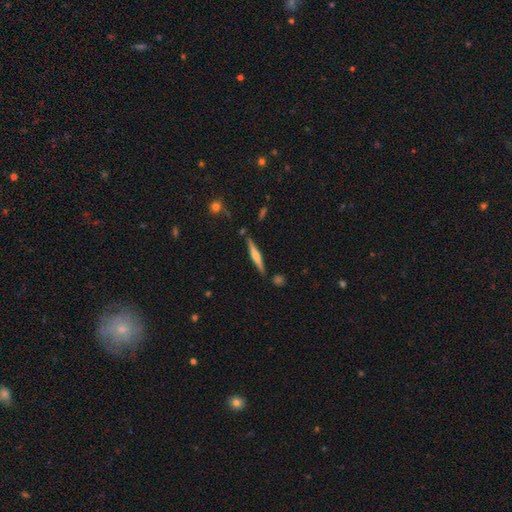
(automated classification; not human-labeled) A featured or disk galaxy (59%) viewed edge-on (97%) with a rounded central bulge (68%). Merging: none (87%).